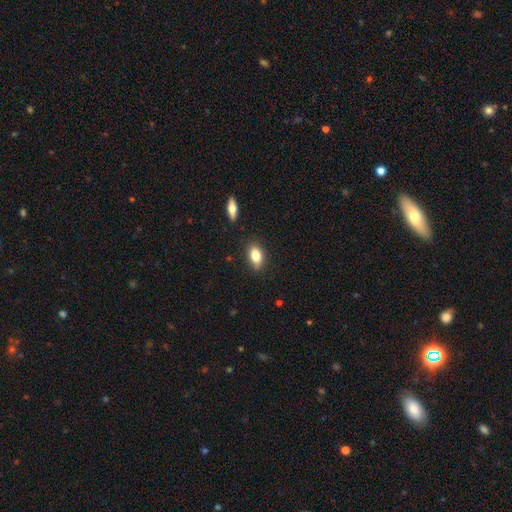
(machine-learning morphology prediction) Smooth or featured?
  - smooth: 80% *
  - featured or disk: 12%
  - star or artifact: 8%
How rounded?
  - in between: 87% *
  - round: 8%
  - cigar-shaped: 5%
Merging?
  - none: 82% *
  - minor disturbance: 13%
  - major disturbance: 3%
  - merger: 2%